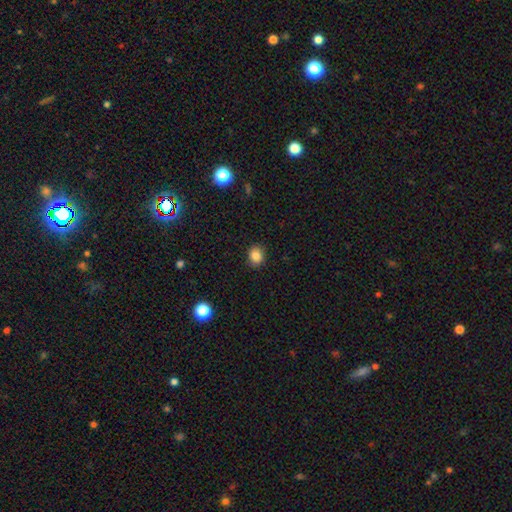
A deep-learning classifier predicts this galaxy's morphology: Smooth or featured?
  - smooth: 85% *
  - star or artifact: 10%
  - featured or disk: 5%
How rounded?
  - round: 60% *
  - in between: 39%
  - cigar-shaped: 1%
Merging?
  - none: 89% *
  - minor disturbance: 8%
  - major disturbance: 2%
  - merger: 1%